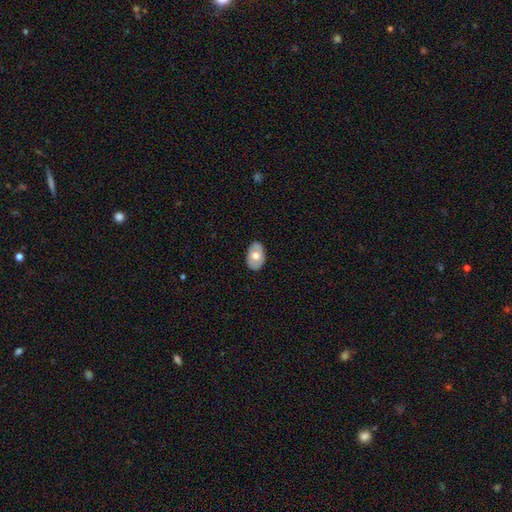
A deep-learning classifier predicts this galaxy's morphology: smooth_or_featured: smooth (p=0.58) [alt: featured or disk p=0.36]
how_rounded: in between (p=0.88) [alt: round p=0.11]
merging: none (p=0.84) [alt: minor disturbance p=0.13]